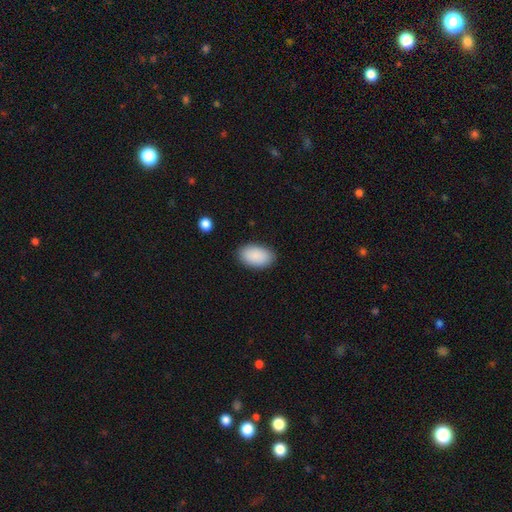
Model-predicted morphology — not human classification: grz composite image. It shows a smooth galaxy with no disk features (90%) that is in between round and cigar-shaped (94%). Merging: none (87%).